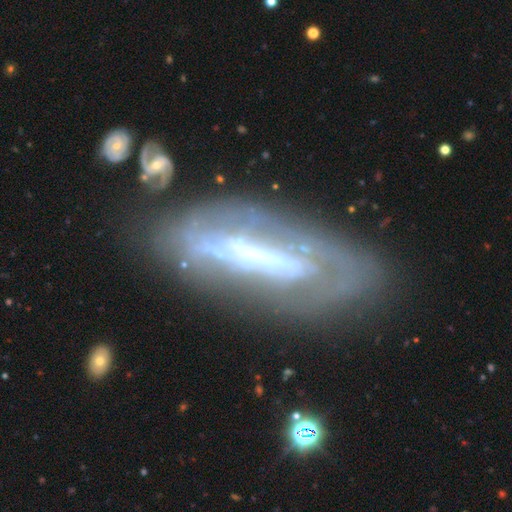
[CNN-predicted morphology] Smooth or featured? Predicted: featured or disk (p=0.72). Edge-on disk? Predicted: no (p=0.66). Merging? Predicted: none (p=0.64).